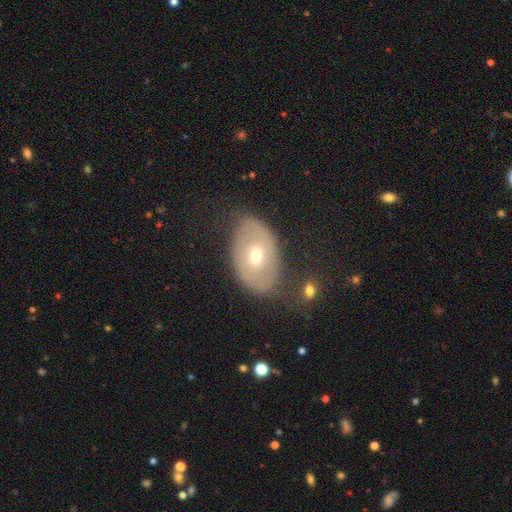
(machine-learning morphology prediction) The model was most divided on "smooth or featured": featured or disk: 48%, smooth: 43%, star or artifact: 9%. More confident: merging — none (76%).